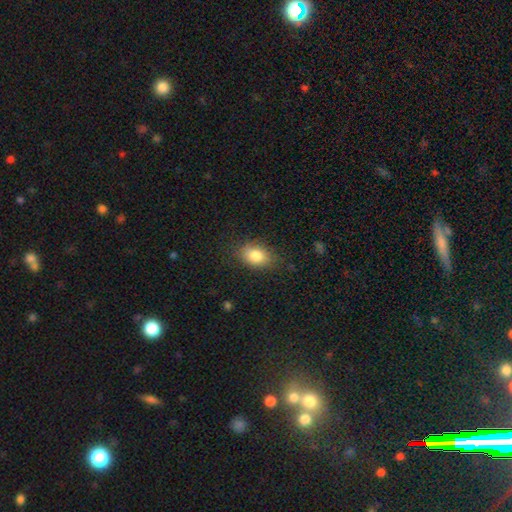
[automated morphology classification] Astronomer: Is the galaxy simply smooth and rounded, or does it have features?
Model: smooth — 82%.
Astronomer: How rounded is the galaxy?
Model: in between — 78%.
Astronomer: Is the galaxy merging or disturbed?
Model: none — 78%.